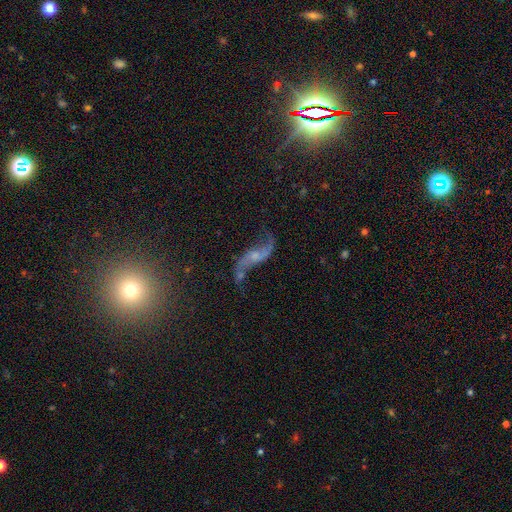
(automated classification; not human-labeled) Smooth or featured? featured or disk (82%)
Edge-on disk? no (92%)
Bar? no (52%)
Spiral arms? yes (92%)
Spiral winding? loose (92%)
Spiral arm count? 2 (92%)
Bulge size? small (47%)
Merging? none (58%)